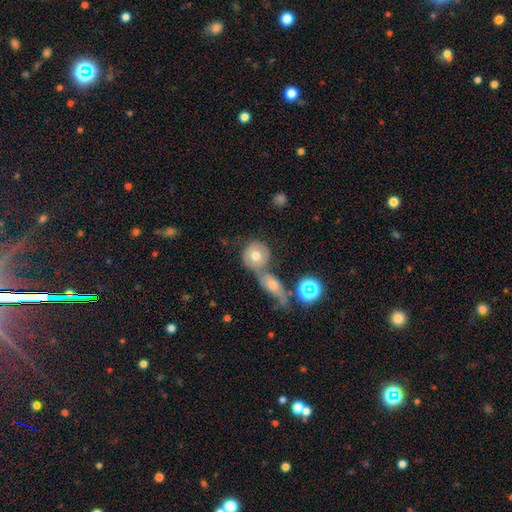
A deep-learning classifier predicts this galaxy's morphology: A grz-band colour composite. It shows a smooth galaxy with no disk features (64%) that is round (81%). Merging: merger (48%).